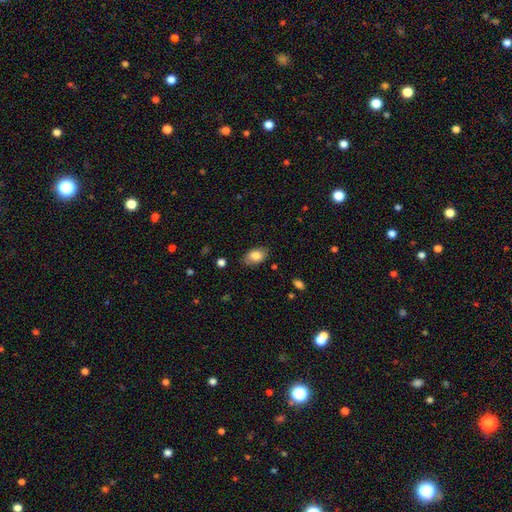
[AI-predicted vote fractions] smooth-or-featured: smooth: 82% | featured or disk: 11% | star or artifact: 7%
  how-rounded: in between: 90% | round: 9% | cigar-shaped: 2%
  merging: none: 80% | minor disturbance: 15% | major disturbance: 3% | merger: 1%